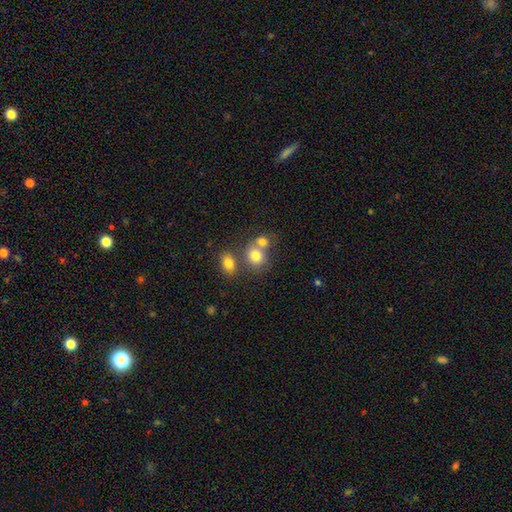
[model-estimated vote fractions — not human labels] Smooth or featured? smooth (77%)
How rounded? round (66%)
Merging? merger (45%)